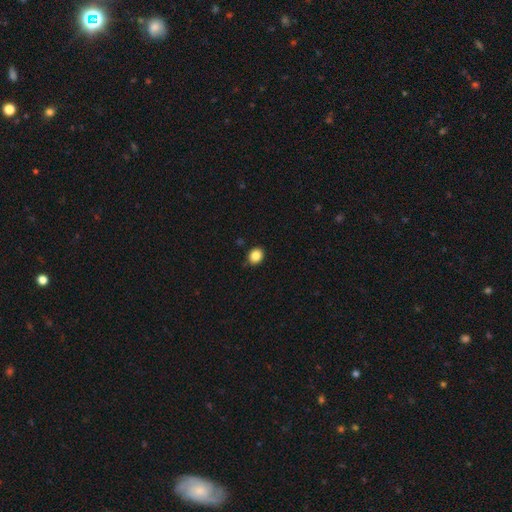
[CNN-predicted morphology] Smooth or featured?
  - smooth: 84% *
  - star or artifact: 10%
  - featured or disk: 5%
How rounded?
  - round: 63% *
  - in between: 36%
  - cigar-shaped: 1%
Merging?
  - none: 83% *
  - minor disturbance: 13%
  - major disturbance: 2%
  - merger: 1%